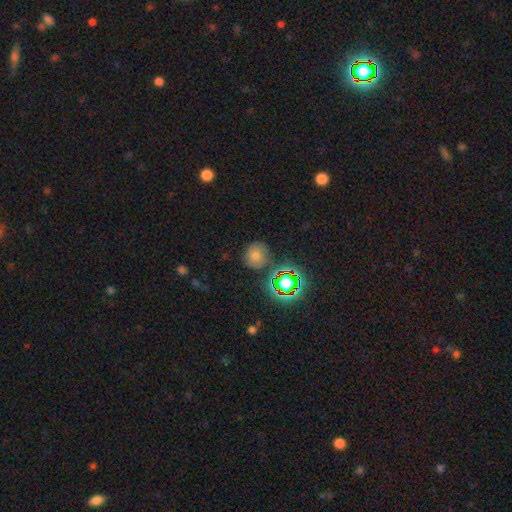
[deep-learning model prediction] This is possibly a smooth galaxy (50%). Merging: likely none (78%).